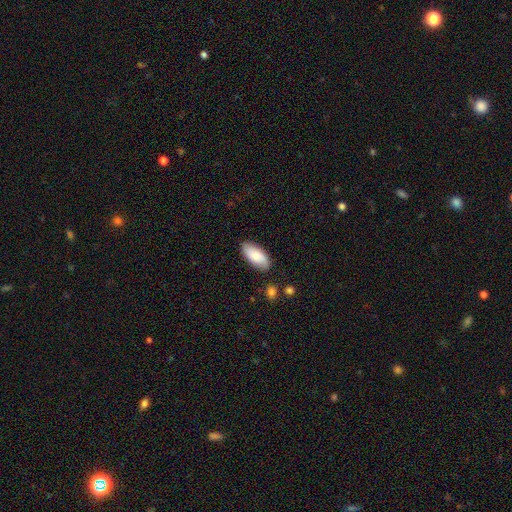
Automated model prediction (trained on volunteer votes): Smooth or featured? Predicted: smooth (p=0.78). How rounded? Predicted: in between (p=0.91). Merging? Predicted: none (p=0.84).